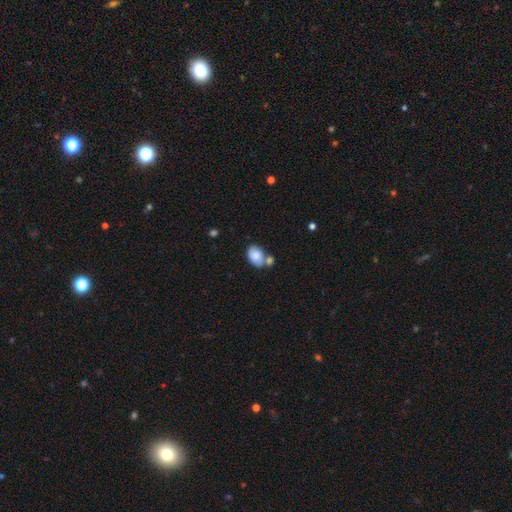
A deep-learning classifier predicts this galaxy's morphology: A smooth galaxy with no disk features (83%) that is in between round and cigar-shaped (83%). Merging: none (42%).